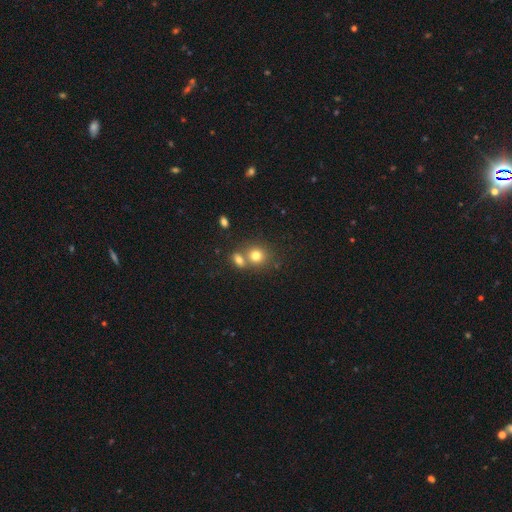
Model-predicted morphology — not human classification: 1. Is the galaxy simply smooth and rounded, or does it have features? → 77% smooth, 12% star or artifact, 11% featured or disk.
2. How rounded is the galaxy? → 76% round, 23% in between, 1% cigar-shaped.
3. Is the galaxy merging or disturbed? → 47% none, 42% merger, 8% minor disturbance, 3% major disturbance.